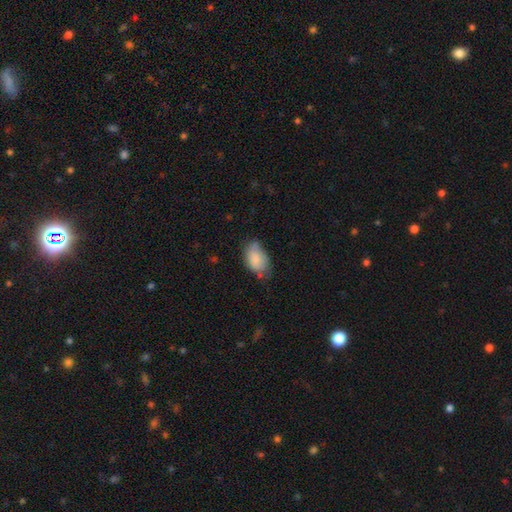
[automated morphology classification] Smooth or featured: smooth — 82% (featured or disk — 11%)
How rounded: in between — 90% (round — 9%)
Merging: none — 51% (minor disturbance — 37%)